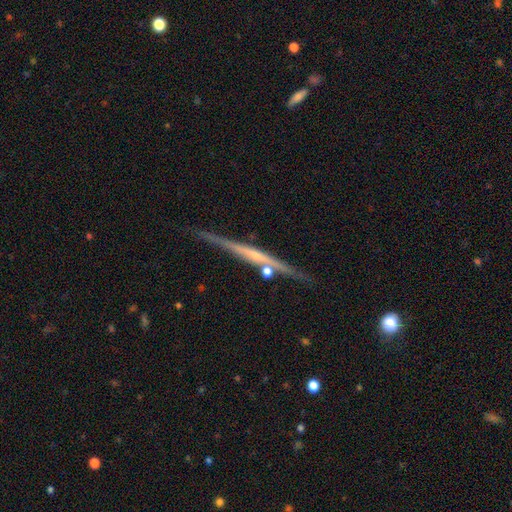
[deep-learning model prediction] smooth-or-featured: featured or disk: 75% | smooth: 19% | star or artifact: 6%
  disk-edge-on: yes: 98% | no: 2%
    edge-on-bulge: none: 53% | rounded: 36% | boxy: 11%
  merging: none: 82% | minor disturbance: 10% | merger: 6% | major disturbance: 2%